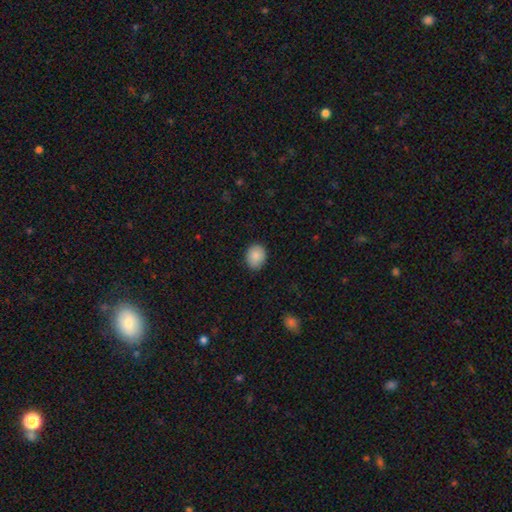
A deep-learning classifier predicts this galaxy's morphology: A smooth galaxy with no disk features (85%) that is round (57%).

Vote fractions:
- Smooth or featured? smooth: 85% / star or artifact: 8% / featured or disk: 7%
- How rounded? round: 57% / in between: 42% / cigar-shaped: 1%
- Merging? none: 83% / minor disturbance: 13% / major disturbance: 2% / merger: 1%